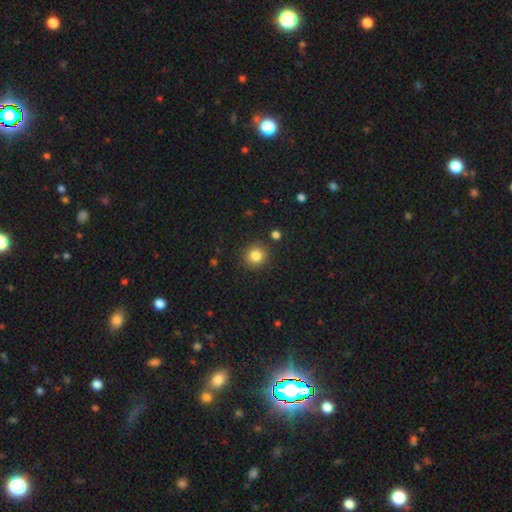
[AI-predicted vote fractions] The model was most divided on "smooth or featured": smooth: 83%, star or artifact: 11%, featured or disk: 5%. More confident: how rounded — round (90%); merging — none (89%).